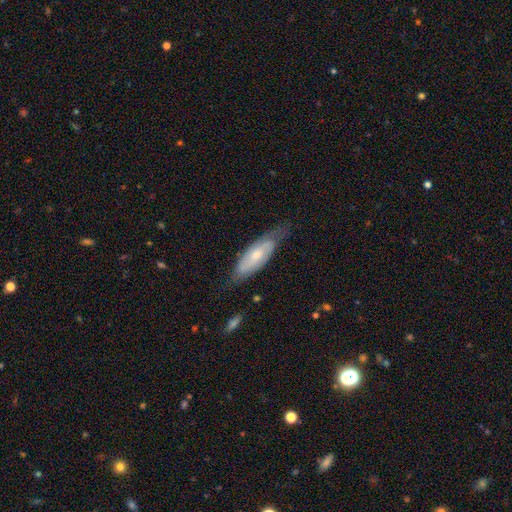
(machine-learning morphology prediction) smooth_or_featured: featured or disk (p=0.56) [alt: smooth p=0.38]
disk_edge_on: no (p=0.75) [alt: yes p=0.25]
merging: none (p=0.63) [alt: minor disturbance p=0.27]